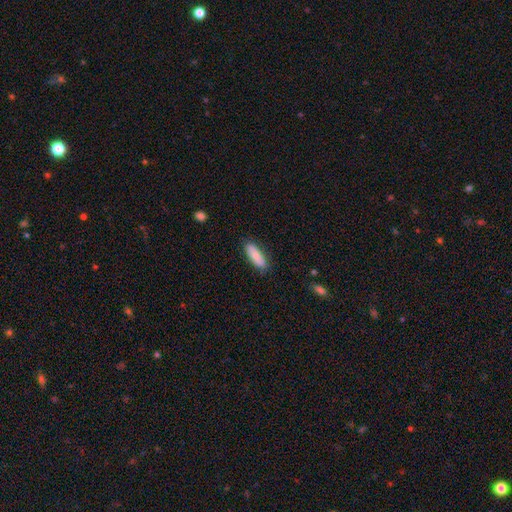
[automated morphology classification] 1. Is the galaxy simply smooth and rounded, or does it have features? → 77% smooth, 17% featured or disk, 6% star or artifact.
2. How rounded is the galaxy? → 65% in between, 33% cigar-shaped, 2% round.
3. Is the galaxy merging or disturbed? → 83% none, 13% minor disturbance, 3% major disturbance, 1% merger.